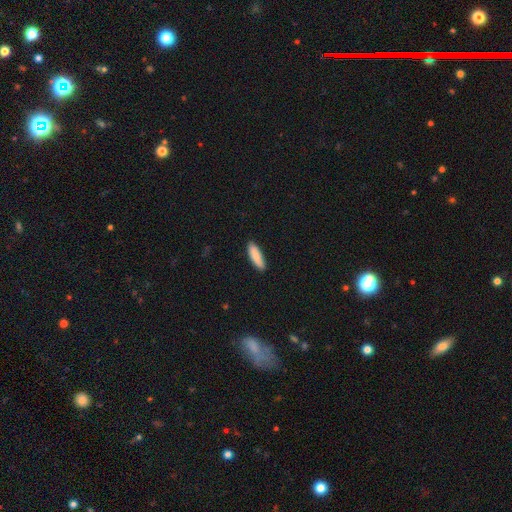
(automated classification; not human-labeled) Smooth or featured: smooth — 88% (featured or disk — 6%)
How rounded: cigar-shaped — 61% (in between — 37%)
Merging: none — 89% (minor disturbance — 9%)